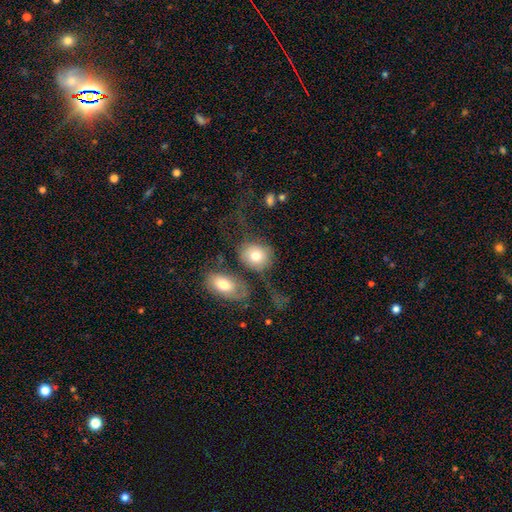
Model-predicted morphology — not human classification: smooth-or-featured: smooth: 72% | featured or disk: 20% | star or artifact: 8%
  how-rounded: round: 61% | in between: 37% | cigar-shaped: 2%
  merging: none: 36% | merger: 28% | major disturbance: 23% | minor disturbance: 14%